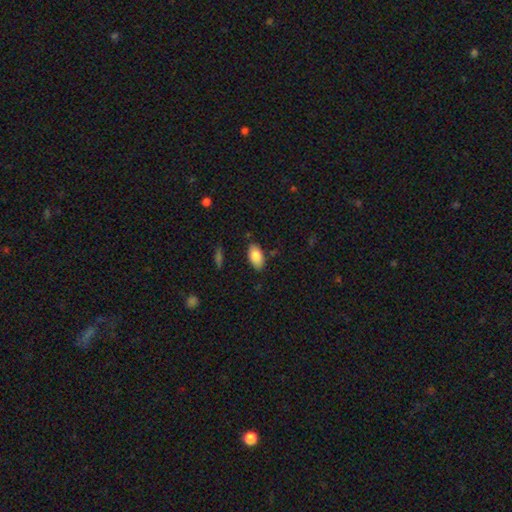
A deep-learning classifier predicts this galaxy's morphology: smooth_or_featured: smooth (p=0.85) [alt: featured or disk p=0.09]
how_rounded: in between (p=0.93) [alt: round p=0.04]
merging: none (p=0.82) [alt: minor disturbance p=0.13]